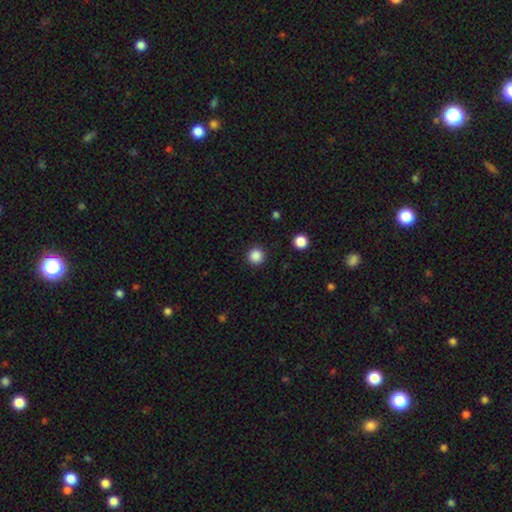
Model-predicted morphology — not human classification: smooth-or-featured: smooth: 87% | star or artifact: 11% | featured or disk: 2%
  how-rounded: round: 95% | in between: 4% | cigar-shaped: 1%
  merging: none: 92% | minor disturbance: 5% | major disturbance: 2% | merger: 1%